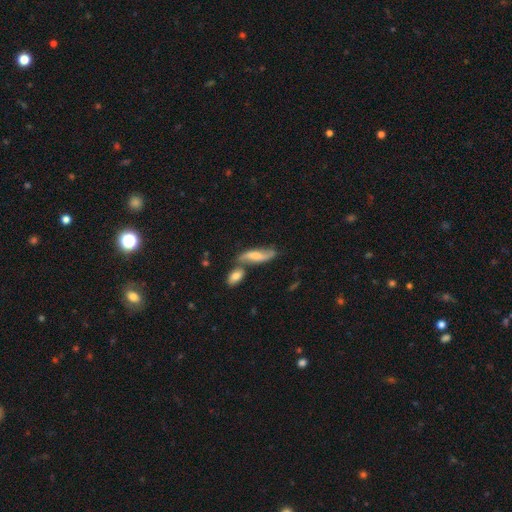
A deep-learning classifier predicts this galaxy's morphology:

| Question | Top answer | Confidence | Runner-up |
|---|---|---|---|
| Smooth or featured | featured or disk | 56% | smooth (37%) |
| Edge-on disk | no | 75% | yes (25%) |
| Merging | none | 48% | merger (29%) |